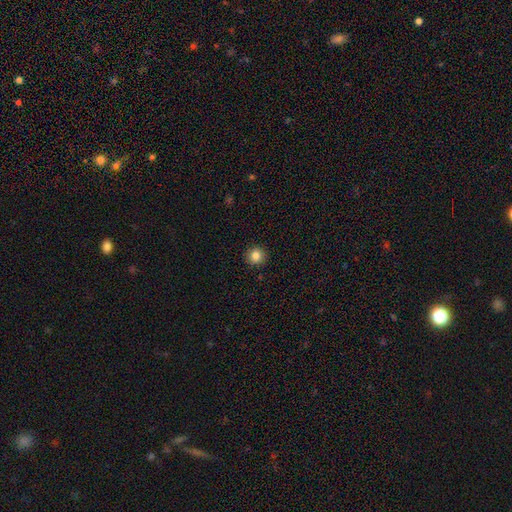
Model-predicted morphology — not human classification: smooth_or_featured: smooth (p=0.84) [alt: star or artifact p=0.11]
how_rounded: round (p=0.94) [alt: in between p=0.05]
merging: none (p=0.92) [alt: minor disturbance p=0.05]